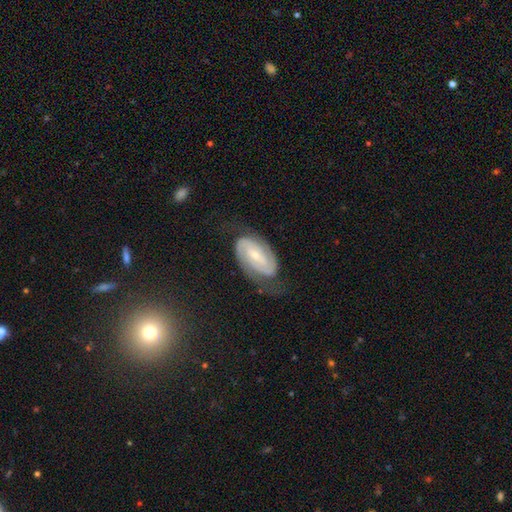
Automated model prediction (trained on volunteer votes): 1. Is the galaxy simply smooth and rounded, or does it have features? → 84% featured or disk, 11% smooth, 6% star or artifact.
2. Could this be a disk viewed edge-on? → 96% no, 4% yes.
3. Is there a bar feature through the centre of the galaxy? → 41% weak, 32% strong, 26% no.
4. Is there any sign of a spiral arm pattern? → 96% yes, 4% no.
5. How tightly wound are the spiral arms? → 49% tight, 38% medium, 13% loose.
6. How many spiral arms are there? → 86% 2, 7% can't tell, 2% 3, 2% 1, 1% 4, 1% more than 4.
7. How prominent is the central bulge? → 66% small, 29% moderate, 2% none, 2% large, 1% dominant.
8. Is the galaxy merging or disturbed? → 68% none, 18% minor disturbance, 13% major disturbance, 1% merger.